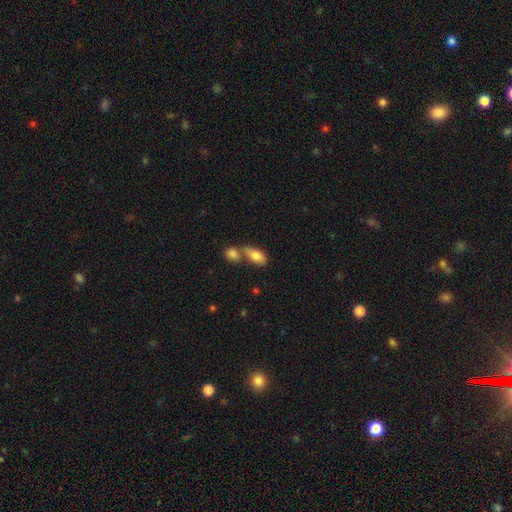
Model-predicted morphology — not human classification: A smooth galaxy with no disk features (79%) that is in between round and cigar-shaped (84%). Merging: merger (43%).